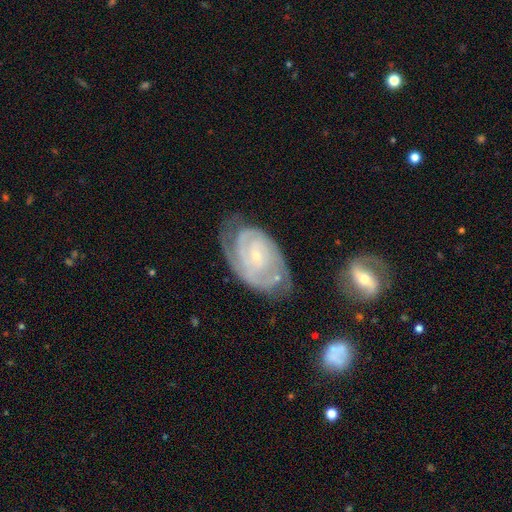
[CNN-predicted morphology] The model was most divided on "spiral arm count": 2: 35%, can't tell: 29%, 3: 18%, 4: 7%, 1: 6%, more than 4: 4%. More confident: edge-on disk — no (96%); spiral arms — yes (96%); smooth or featured — featured or disk (86%); bulge size — small (80%); spiral winding — tight (72%); bar — no (66%); merging — none (58%).